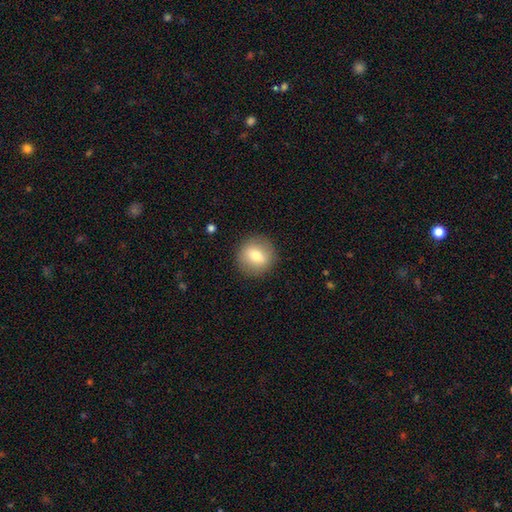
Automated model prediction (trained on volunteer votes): Smooth or featured? Predicted: smooth (p=0.73). How rounded? Predicted: round (p=0.90). Merging? Predicted: none (p=0.89).